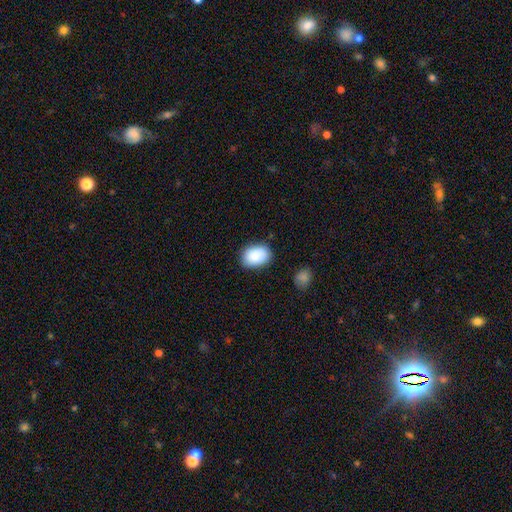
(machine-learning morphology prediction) type=smooth (89%); roundness=in between (81%); merging=none (80%).